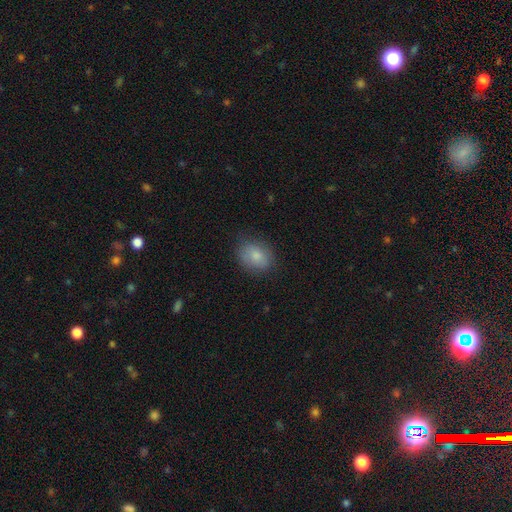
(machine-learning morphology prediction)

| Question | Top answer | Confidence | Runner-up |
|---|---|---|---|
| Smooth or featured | smooth | 83% | featured or disk (10%) |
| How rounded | in between | 58% | round (40%) |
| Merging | none | 79% | minor disturbance (16%) |